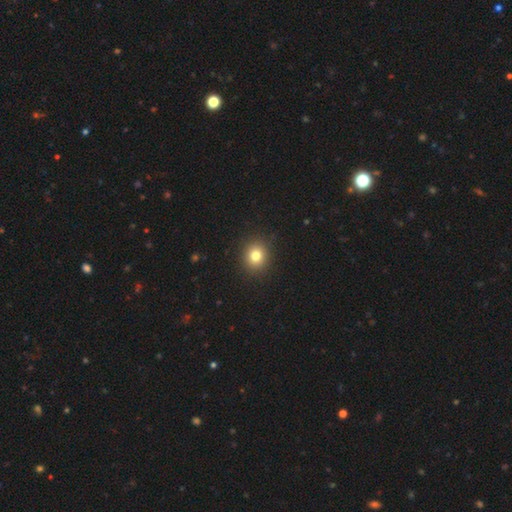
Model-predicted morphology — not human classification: smooth-or-featured: smooth: 79% | star or artifact: 13% | featured or disk: 8%
  how-rounded: round: 81% | in between: 18% | cigar-shaped: 1%
  merging: none: 91% | minor disturbance: 6% | major disturbance: 2% | merger: 1%